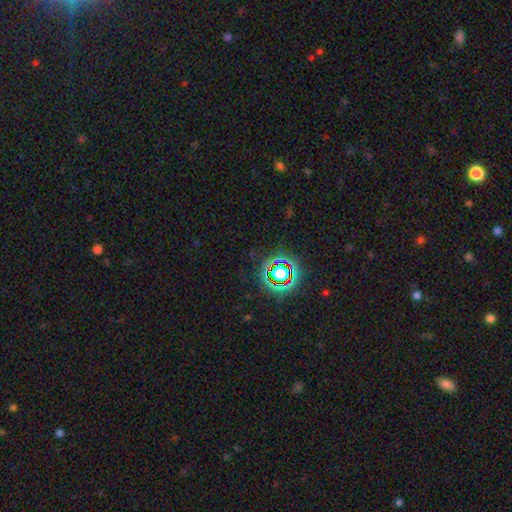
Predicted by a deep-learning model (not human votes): The model was most divided on "smooth or featured": star or artifact: 78%, smooth: 14%, featured or disk: 8%.